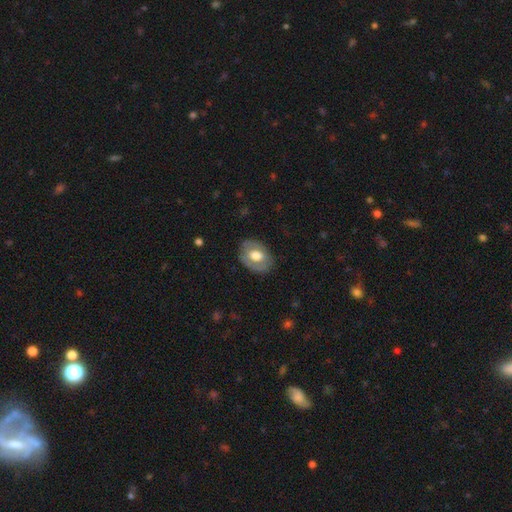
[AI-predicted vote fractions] Smooth or featured: smooth — 51% (featured or disk — 43%)
How rounded: in between — 74% (round — 25%)
Merging: none — 78% (minor disturbance — 16%)